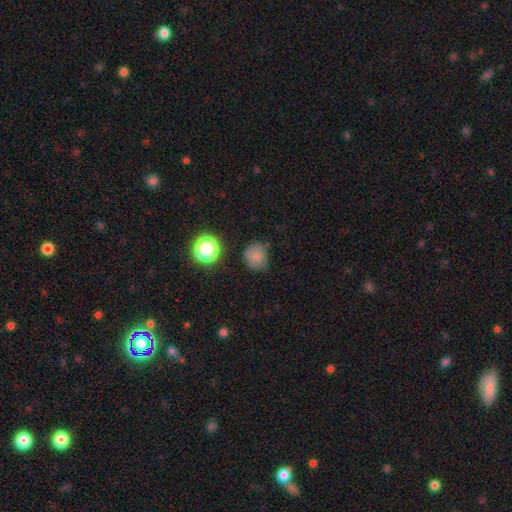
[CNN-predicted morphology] type=smooth (76%); roundness=round (79%); merging=none (68%).